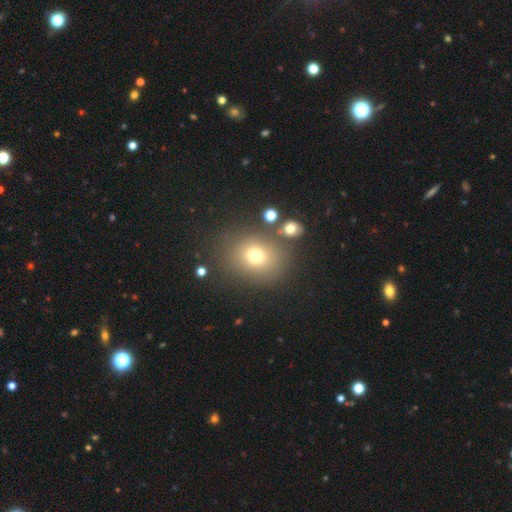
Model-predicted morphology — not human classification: Smooth or featured? Predicted: smooth (p=0.71). How rounded? Predicted: round (p=0.59). Merging? Predicted: none (p=0.76).